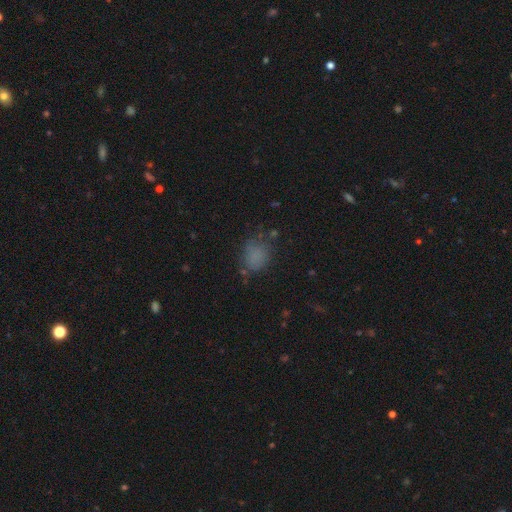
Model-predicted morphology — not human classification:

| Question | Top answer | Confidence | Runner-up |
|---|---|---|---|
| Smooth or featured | smooth | 76% | star or artifact (15%) |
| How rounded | round | 52% | in between (46%) |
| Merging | none | 65% | minor disturbance (21%) |